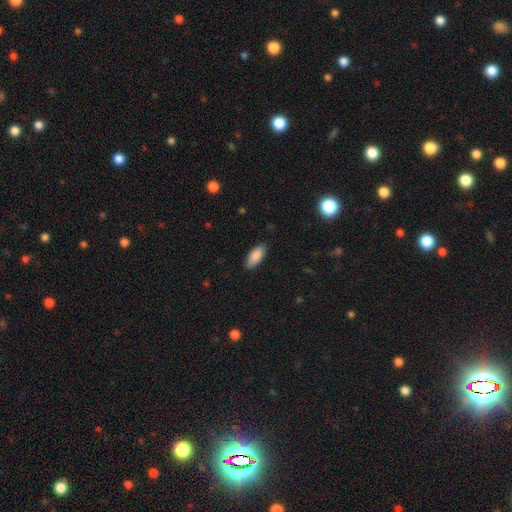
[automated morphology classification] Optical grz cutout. It shows a smooth galaxy with no disk features (89%) that is in between round and cigar-shaped (86%). Merging: none (85%).